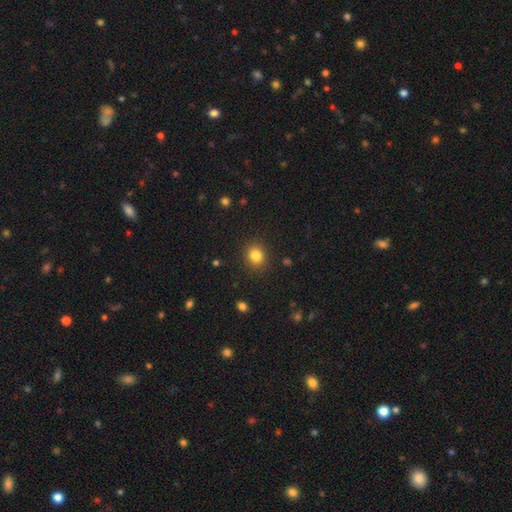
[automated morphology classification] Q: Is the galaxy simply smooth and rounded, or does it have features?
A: smooth — 84%.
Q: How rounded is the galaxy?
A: round — 74%.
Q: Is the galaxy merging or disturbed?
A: none — 89%.